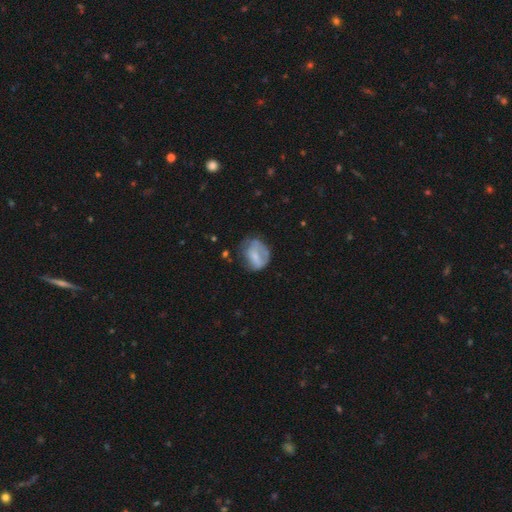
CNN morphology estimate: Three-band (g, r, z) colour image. It shows a smooth galaxy with no disk features (58%) that is round (50%). Merging: none (40%).